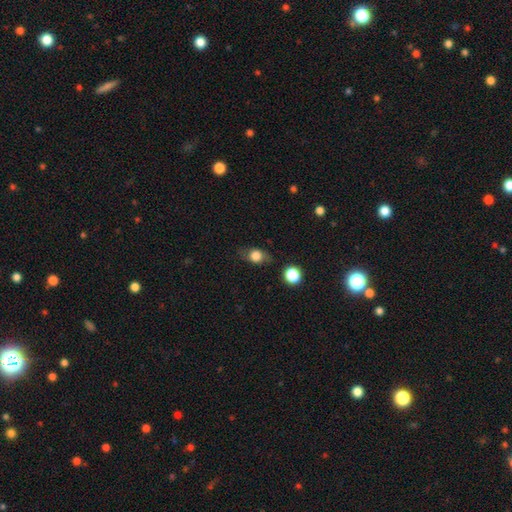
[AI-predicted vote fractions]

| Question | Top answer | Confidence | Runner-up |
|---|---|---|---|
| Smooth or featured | smooth | 72% | featured or disk (18%) |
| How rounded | in between | 58% | round (38%) |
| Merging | none | 74% | minor disturbance (18%) |